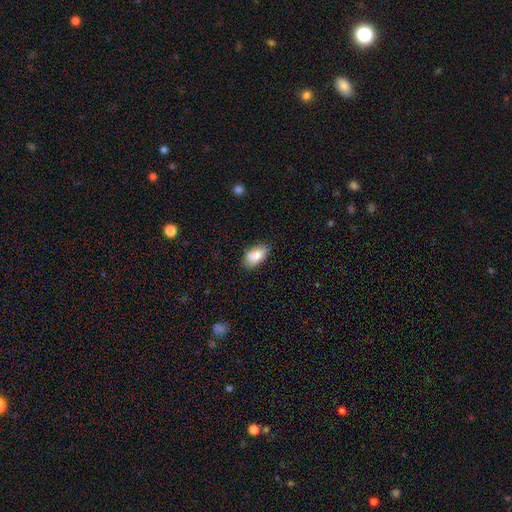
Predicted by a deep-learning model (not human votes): Q: Smooth or featured?
A: smooth (80%); runner-up: featured or disk (13%)
Q: How rounded?
A: in between (92%); runner-up: round (5%)
Q: Merging?
A: none (71%); runner-up: minor disturbance (18%)